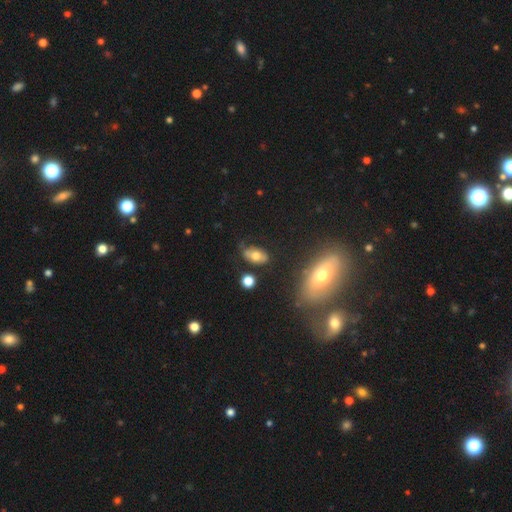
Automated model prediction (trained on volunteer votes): The model was most divided on "merging": none: 56%, minor disturbance: 27%, major disturbance: 11%, merger: 6%. More confident: how rounded — in between (86%); smooth or featured — smooth (62%).